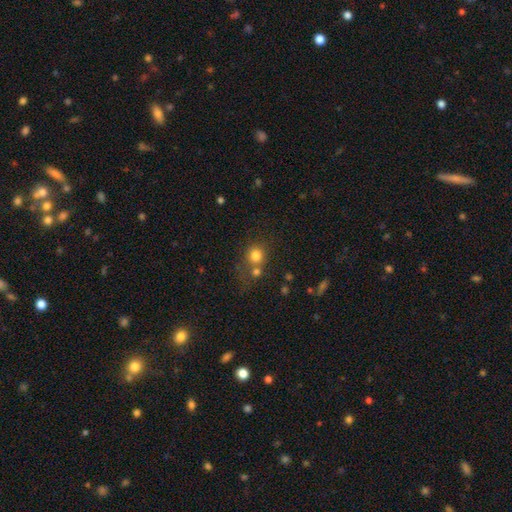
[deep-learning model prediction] A smooth galaxy with no disk features (79%) that is round (86%).

Vote fractions:
- Smooth or featured? smooth: 79% / star or artifact: 13% / featured or disk: 8%
- How rounded? round: 86% / in between: 13% / cigar-shaped: 1%
- Merging? none: 54% / merger: 30% / minor disturbance: 10% / major disturbance: 6%